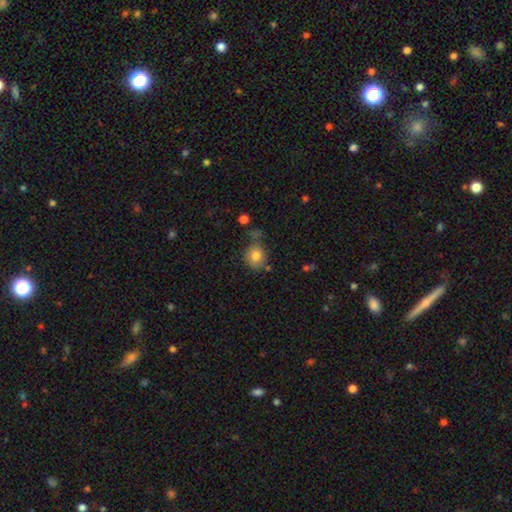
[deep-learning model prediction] Overall: smooth (80%). How rounded: round (59%; in between 40%). Merging: none (63%).